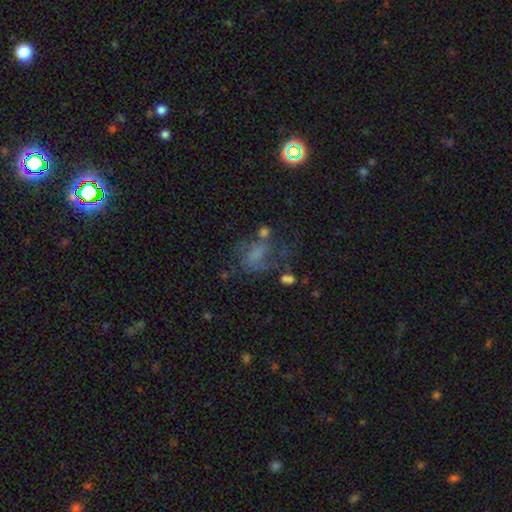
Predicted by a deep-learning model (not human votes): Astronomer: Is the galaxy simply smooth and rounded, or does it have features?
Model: featured or disk — 43% (runner-up: smooth, 41%).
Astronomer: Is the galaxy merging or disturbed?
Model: none — 35% (runner-up: major disturbance, 34%).